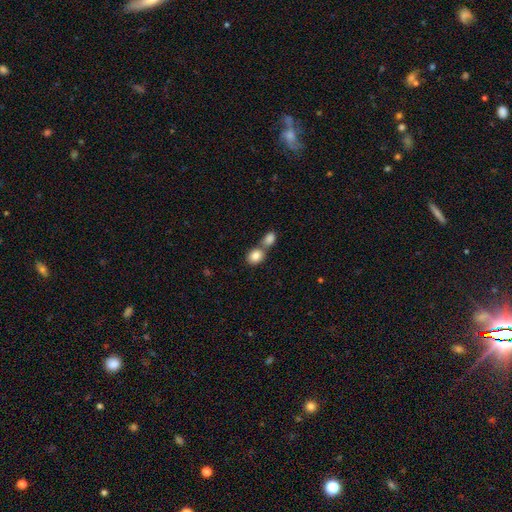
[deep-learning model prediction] This appears to be a smooth galaxy with no disk features (85%) that is round (57%). Merging: merger (50%).